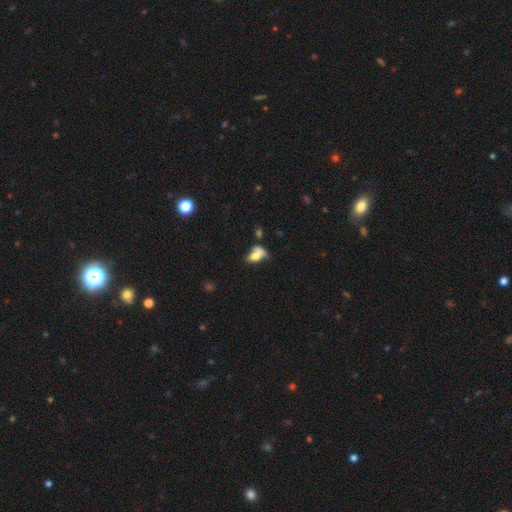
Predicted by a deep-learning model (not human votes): smooth_or_featured: smooth (p=0.65) [alt: featured or disk p=0.24]
how_rounded: in between (p=0.79) [alt: round p=0.15]
merging: merger (p=0.47) [alt: none p=0.24]